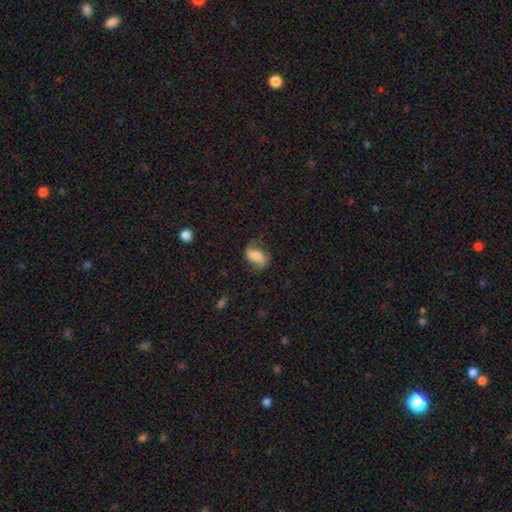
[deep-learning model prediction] smooth_or_featured: featured or disk (p=0.54) [alt: smooth p=0.37]
disk_edge_on: no (p=0.96) [alt: yes p=0.04]
bar: no (p=0.38) [alt: weak p=0.35]
has_spiral_arms: yes (p=0.87) [alt: no p=0.13]
bulge_size: moderate (p=0.33) [alt: small p=0.29]
merging: none (p=0.58) [alt: minor disturbance p=0.23]